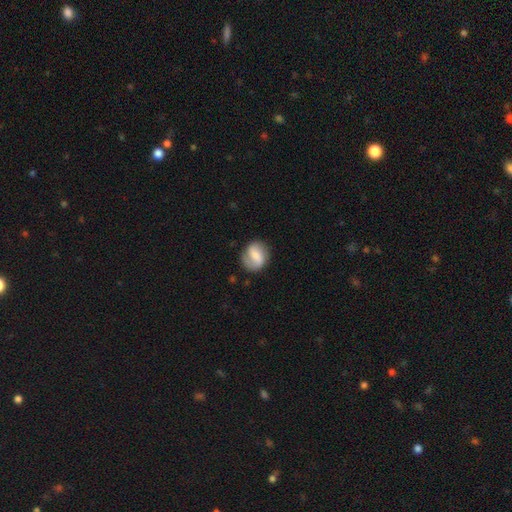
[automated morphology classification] Smooth or featured? Predicted: featured or disk (p=0.47). Merging? Predicted: none (p=0.71).